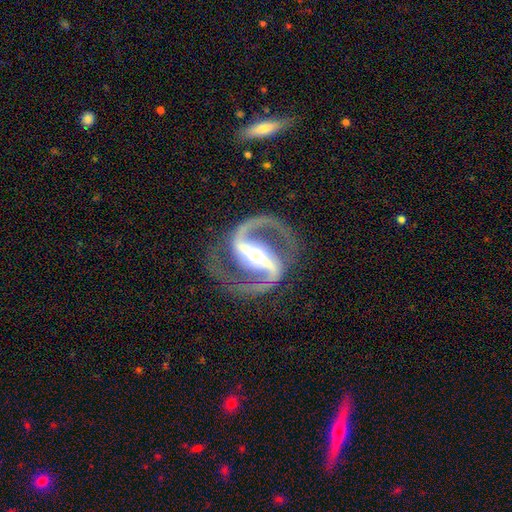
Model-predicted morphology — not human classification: Smooth or featured: featured or disk — 94% (star or artifact — 4%)
Edge-on disk: no — 97% (yes — 3%)
Bar: strong — 79% (weak — 15%)
Spiral arms: yes — 98% (no — 2%)
Spiral winding: medium — 66% (tight — 19%)
Spiral arm count: 2 — 95% (1 — 1%)
Bulge size: moderate — 60% (small — 32%)
Merging: none — 84% (minor disturbance — 10%)